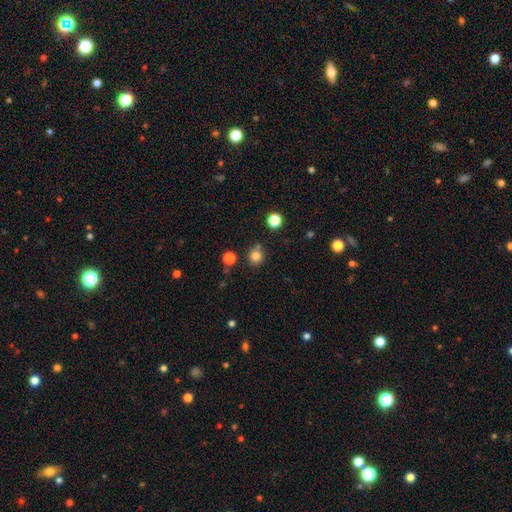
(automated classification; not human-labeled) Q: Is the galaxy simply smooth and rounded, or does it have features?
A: smooth — 82%.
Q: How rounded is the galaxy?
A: round — 91%.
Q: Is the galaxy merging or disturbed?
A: none — 76%.